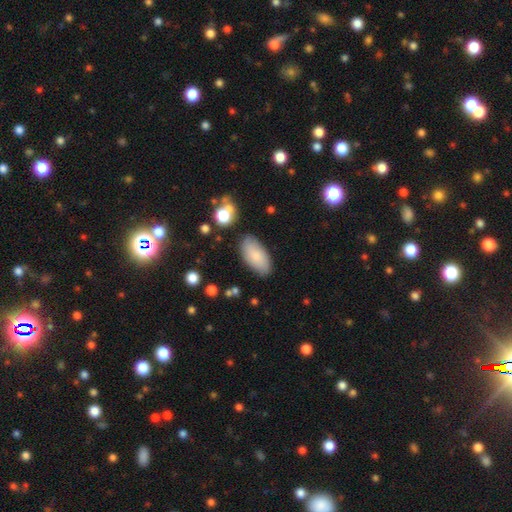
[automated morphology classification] type=smooth (77%); roundness=in between (93%); merging=none (81%).